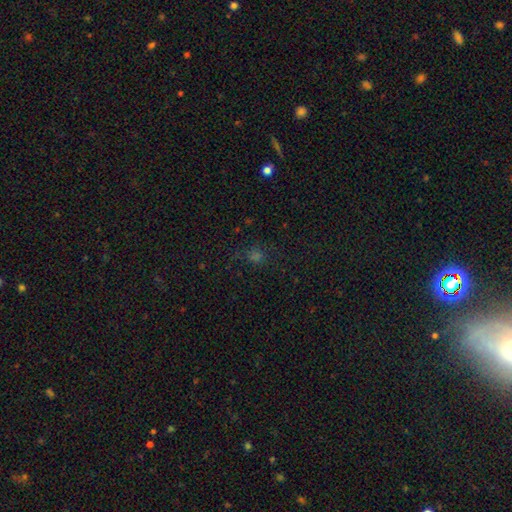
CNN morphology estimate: The model was most divided on "smooth or featured" (2-way tie): star or artifact: 45%, smooth: 45%, featured or disk: 10%.